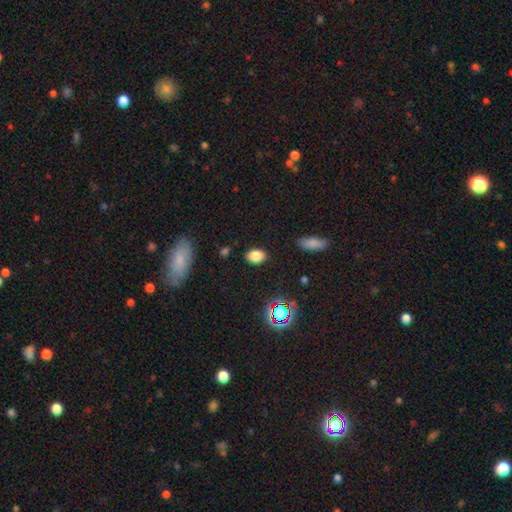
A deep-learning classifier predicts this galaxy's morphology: A smooth galaxy with no disk features (82%) that is in between round and cigar-shaped (81%). Merging: none (86%).